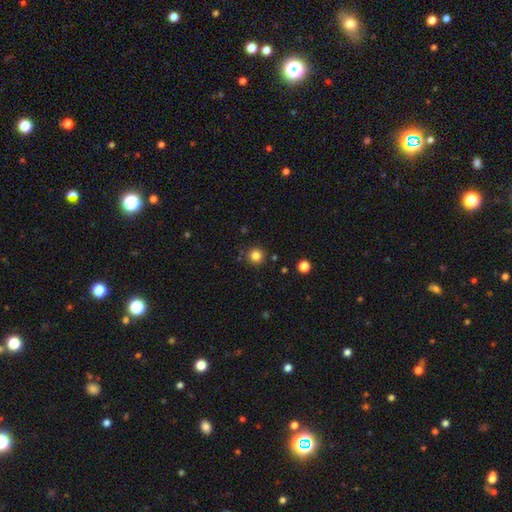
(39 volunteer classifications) A smooth galaxy with no disk features (87%) that is round (97%). Merging: none (91%).